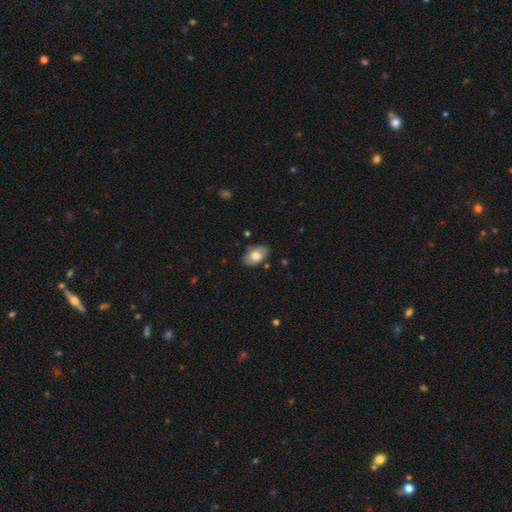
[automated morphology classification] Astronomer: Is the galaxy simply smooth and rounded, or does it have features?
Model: smooth — 71%.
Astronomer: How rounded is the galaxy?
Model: in between — 92%.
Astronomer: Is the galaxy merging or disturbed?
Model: none — 80%.